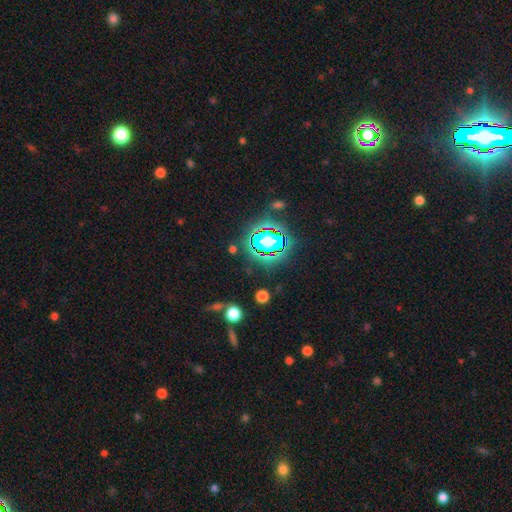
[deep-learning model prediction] Q: Smooth or featured?
A: star or artifact (84%); runner-up: smooth (9%)